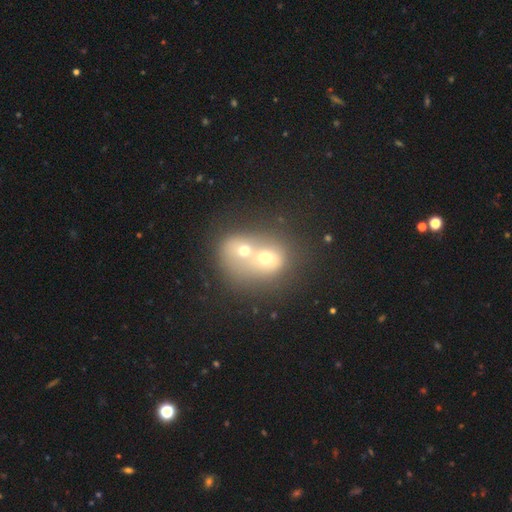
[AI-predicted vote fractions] Smooth or featured? Predicted: smooth (p=0.54). How rounded? Predicted: round (p=0.64). Merging? Predicted: merger (p=0.79).